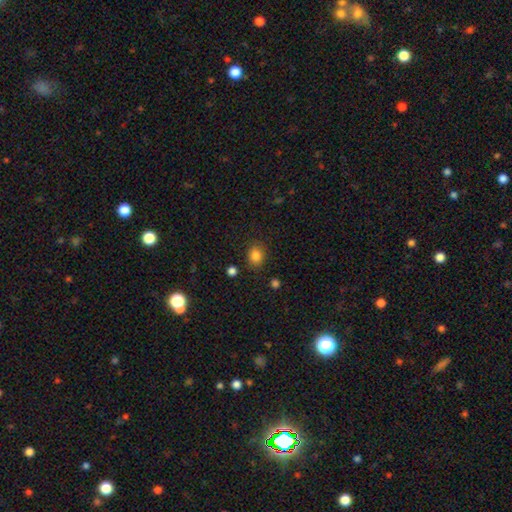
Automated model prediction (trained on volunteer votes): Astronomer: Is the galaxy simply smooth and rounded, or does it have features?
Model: smooth — 84%.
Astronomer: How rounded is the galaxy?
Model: round — 57% (runner-up: in between, 42%).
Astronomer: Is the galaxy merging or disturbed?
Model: none — 84%.